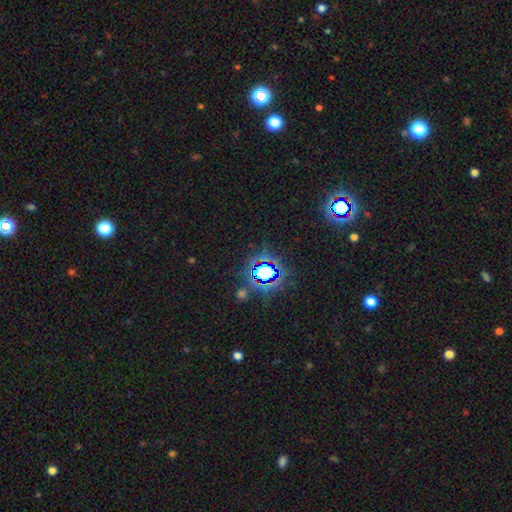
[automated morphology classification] Smooth or featured?
  - star or artifact: 79% *
  - smooth: 14%
  - featured or disk: 7%